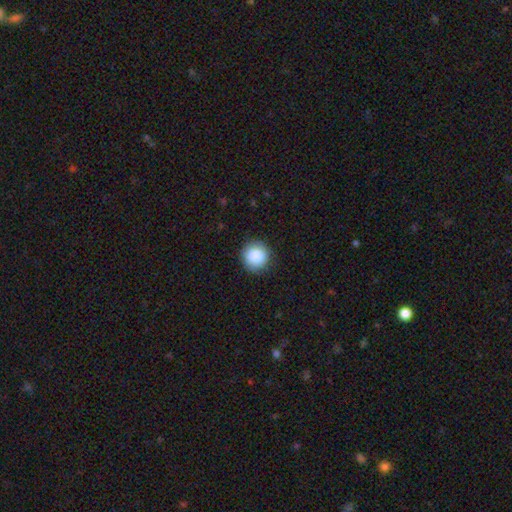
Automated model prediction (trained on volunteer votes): Overall: smooth (87%). How rounded: round (92%). Merging: none (89%).